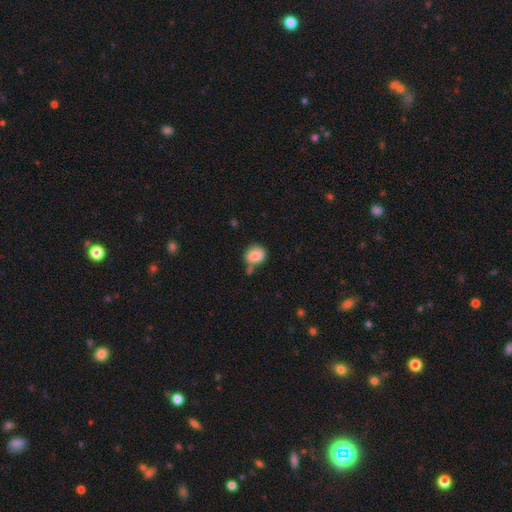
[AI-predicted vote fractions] Smooth or featured?
  - smooth: 84% *
  - star or artifact: 8%
  - featured or disk: 8%
How rounded?
  - round: 61% *
  - in between: 38%
  - cigar-shaped: 1%
Merging?
  - none: 50% *
  - minor disturbance: 24%
  - merger: 18%
  - major disturbance: 8%